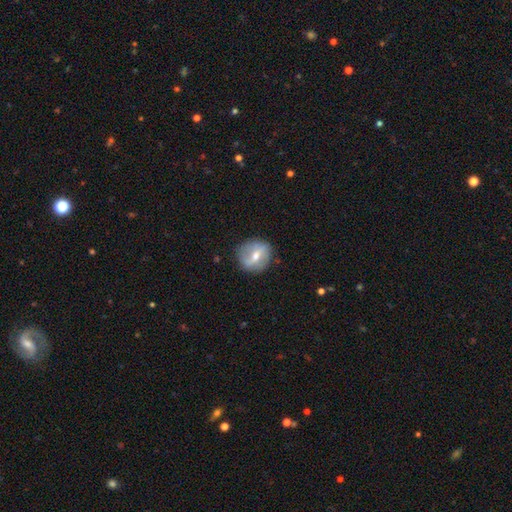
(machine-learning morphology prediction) A featured or disk galaxy (54%).

Vote fractions:
- Smooth or featured? featured or disk: 54% / smooth: 38% / star or artifact: 7%
- Edge-on disk? no: 89% / yes: 11%
- Merging? none: 81% / minor disturbance: 13% / major disturbance: 4% / merger: 2%